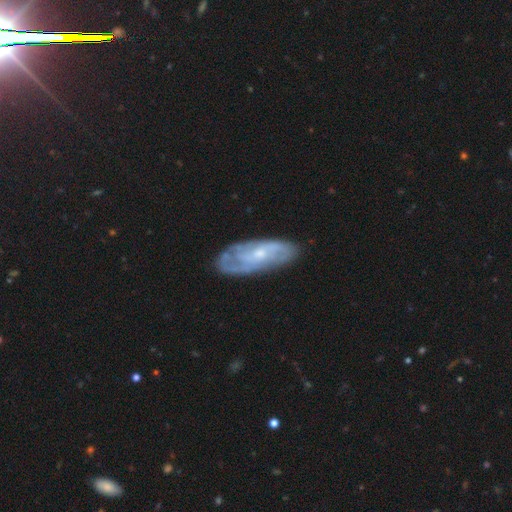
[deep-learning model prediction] Overall: featured or disk (72%). Edge-on disk: no (87%). Bar: no (62%; weak 31%). Spiral arms: yes (88%). Spiral arm count: can't tell (46%; 2 24%). Spiral winding: tight (55%; medium 34%). Bulge size: small (66%; moderate 27%). Merging: none (78%).